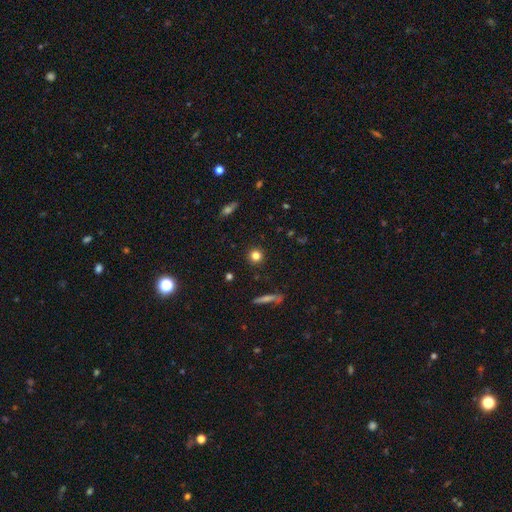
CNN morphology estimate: smooth 81%, star or artifact 12%, featured or disk 7%. Down the decision tree: how rounded — round (93%); merging — none (92%).